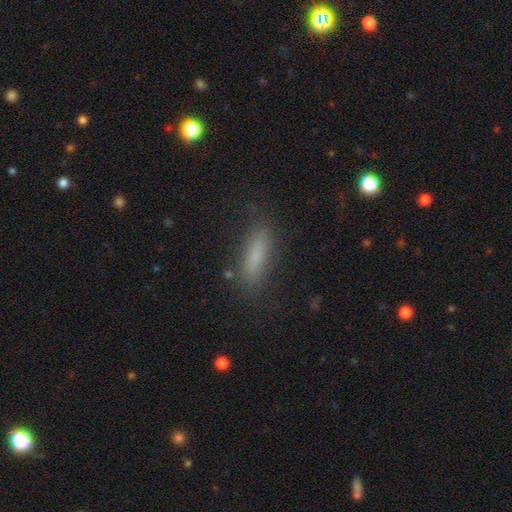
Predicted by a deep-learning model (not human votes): Smooth or featured? Predicted: smooth (p=0.77). How rounded? Predicted: cigar-shaped (p=0.67). Merging? Predicted: none (p=0.82).